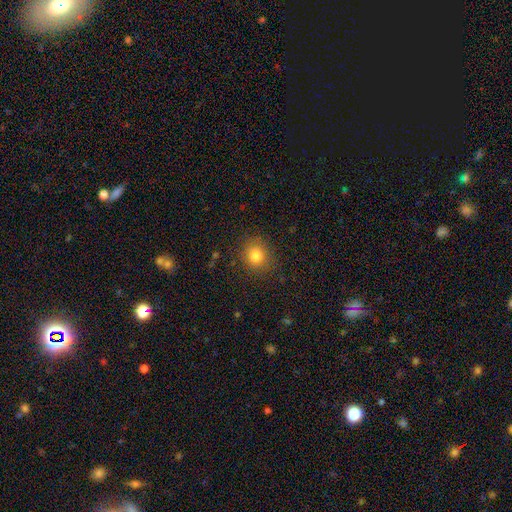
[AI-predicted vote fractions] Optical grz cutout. It shows a smooth galaxy with no disk features (81%) that is round (82%). Merging: none (88%).